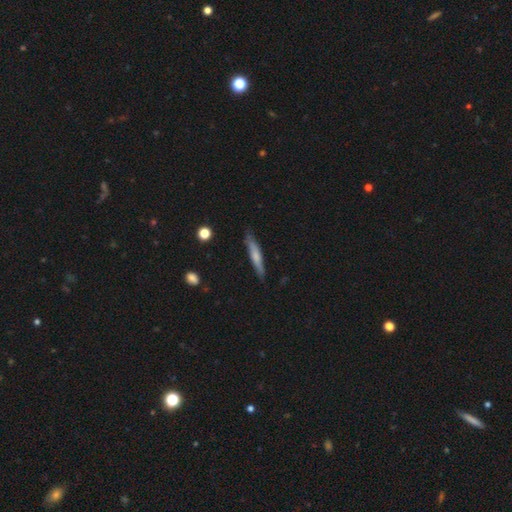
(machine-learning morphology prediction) smooth-or-featured: smooth: 59% | featured or disk: 35% | star or artifact: 6%
  how-rounded: cigar-shaped: 90% | in between: 8% | round: 2%
  merging: none: 80% | minor disturbance: 16% | major disturbance: 3% | merger: 2%